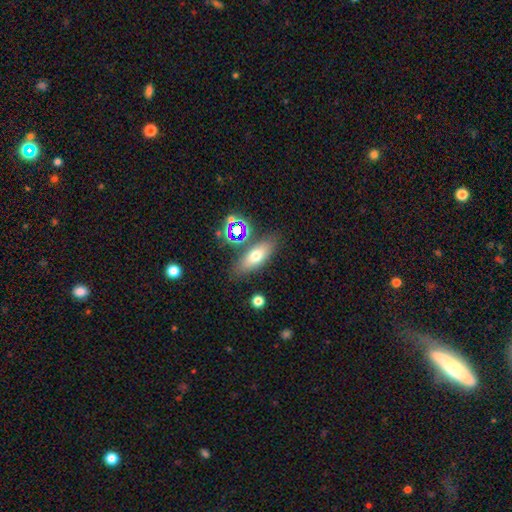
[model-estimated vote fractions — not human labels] smooth_or_featured: smooth (p=0.62) [alt: featured or disk p=0.25]
how_rounded: in between (p=0.66) [alt: cigar-shaped p=0.28]
merging: none (p=0.77) [alt: minor disturbance p=0.12]